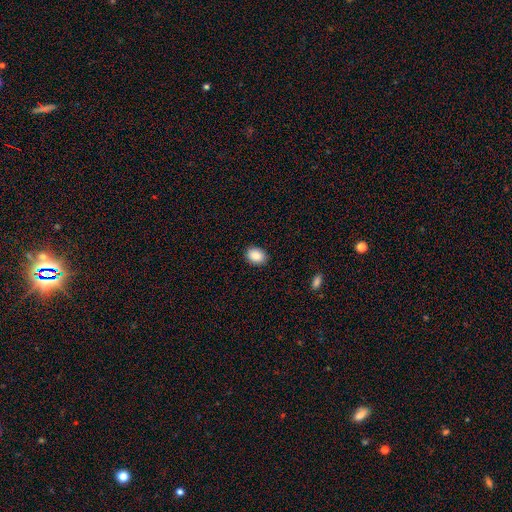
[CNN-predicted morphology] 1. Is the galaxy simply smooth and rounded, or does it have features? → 86% smooth, 8% star or artifact, 5% featured or disk.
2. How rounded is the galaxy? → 66% in between, 33% round, 1% cigar-shaped.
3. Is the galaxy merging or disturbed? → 90% none, 7% minor disturbance, 2% major disturbance, 1% merger.